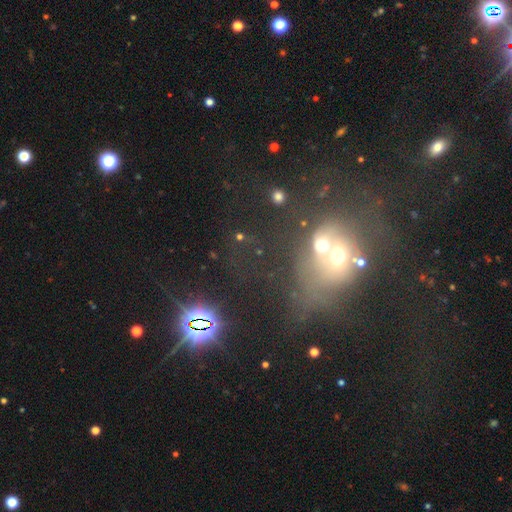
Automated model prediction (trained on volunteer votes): This appears to be a star or artifact, not a galaxy (55%).